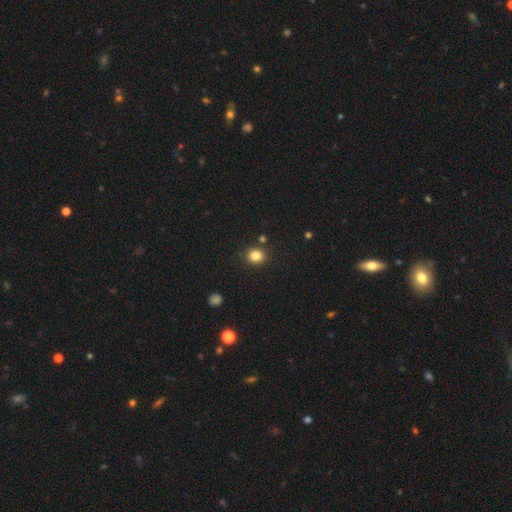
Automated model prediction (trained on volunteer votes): Smooth or featured? Predicted: smooth (p=0.83). How rounded? Predicted: round (p=0.76). Merging? Predicted: none (p=0.86).